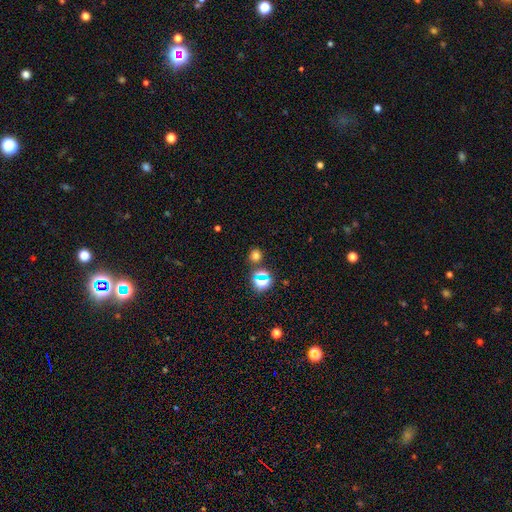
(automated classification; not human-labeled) A smooth galaxy with no disk features (63%) that is round (81%).

Vote fractions:
- Smooth or featured? smooth: 63% / star or artifact: 30% / featured or disk: 7%
- How rounded? round: 81% / in between: 17% / cigar-shaped: 1%
- Merging? none: 79% / merger: 9% / minor disturbance: 8% / major disturbance: 3%